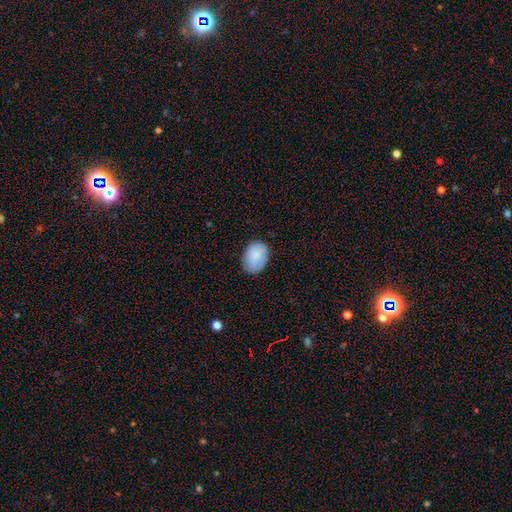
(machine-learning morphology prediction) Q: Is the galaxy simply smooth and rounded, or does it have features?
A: smooth — 86%.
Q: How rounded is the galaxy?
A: in between — 74%.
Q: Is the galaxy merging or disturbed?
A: none — 79%.